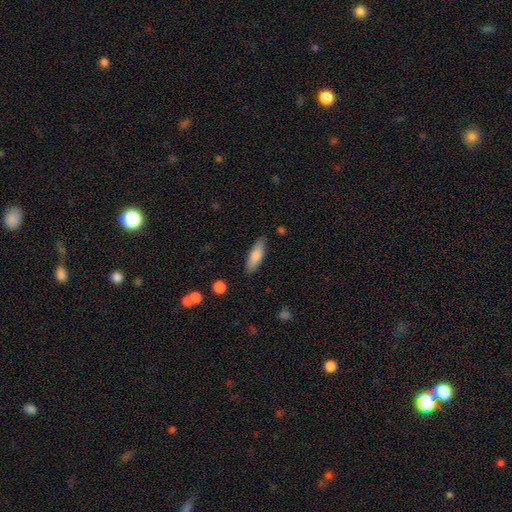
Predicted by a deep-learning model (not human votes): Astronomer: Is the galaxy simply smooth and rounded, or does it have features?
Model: smooth — 78%.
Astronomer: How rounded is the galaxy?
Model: in between — 53% (runner-up: cigar-shaped, 45%).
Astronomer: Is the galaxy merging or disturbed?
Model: none — 85%.